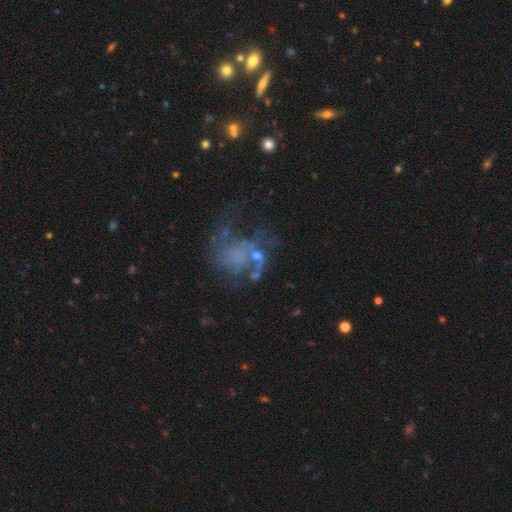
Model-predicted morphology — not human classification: Overall: featured or disk (62%). Edge-on disk: no (98%). Bar: no (84%). Spiral arms: no (54%; yes 46%). Bulge size: none (59%; small 21%). Merging: major disturbance (38%; none 35%).